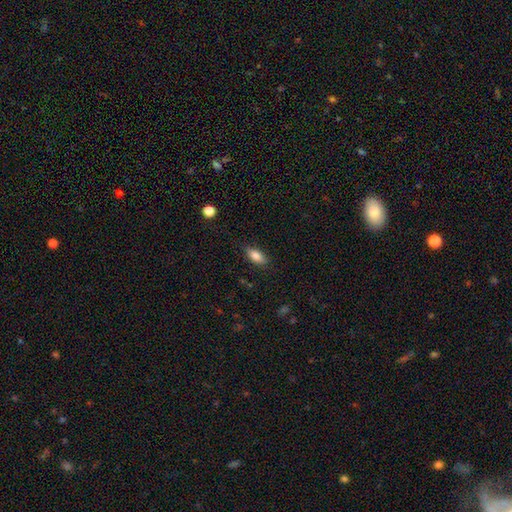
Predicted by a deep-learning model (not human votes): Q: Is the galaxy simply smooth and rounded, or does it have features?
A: smooth — 83%.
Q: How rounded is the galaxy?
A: in between — 85%.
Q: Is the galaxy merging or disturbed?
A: none — 83%.